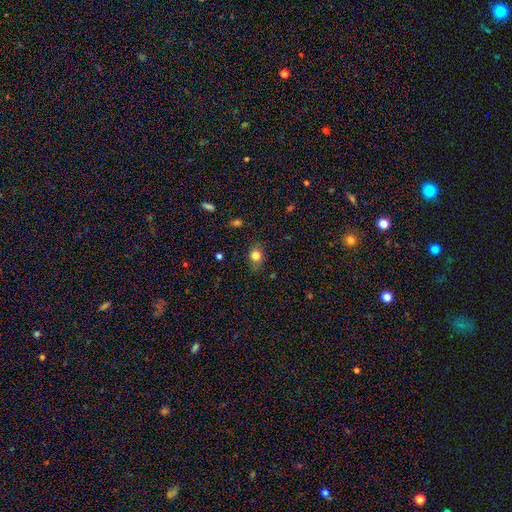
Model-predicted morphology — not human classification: type=smooth (80%); roundness=round (69%); merging=none (80%).